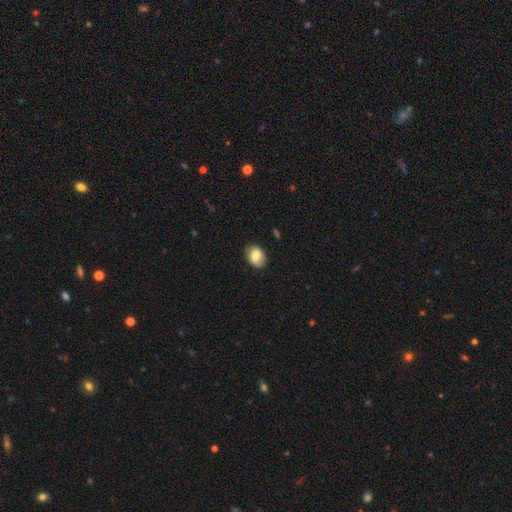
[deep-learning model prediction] smooth 80%, featured or disk 13%, star or artifact 7%. Down the decision tree: how rounded — in between (69%); merging — none (81%).